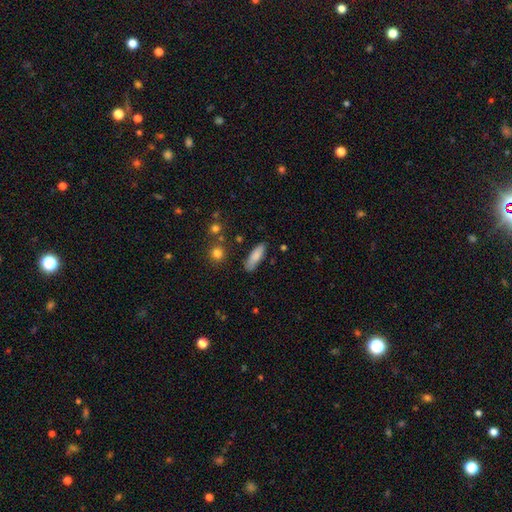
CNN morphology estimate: Smooth or featured: smooth — 83% (featured or disk — 11%)
How rounded: in between — 52% (cigar-shaped — 46%)
Merging: none — 80% (minor disturbance — 15%)